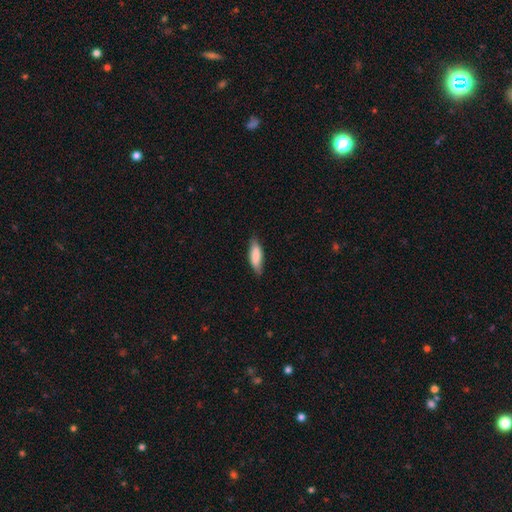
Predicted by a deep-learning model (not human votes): Smooth or featured? Predicted: smooth (p=0.81). How rounded? Predicted: in between (p=0.51). Merging? Predicted: none (p=0.79).